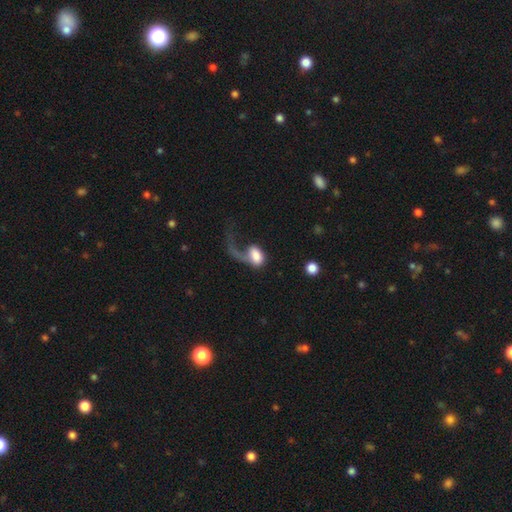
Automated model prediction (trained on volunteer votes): smooth-or-featured: smooth: 62% | featured or disk: 31% | star or artifact: 8%
  how-rounded: in between: 81% | round: 16% | cigar-shaped: 3%
  merging: major disturbance: 62% | none: 19% | minor disturbance: 12% | merger: 7%